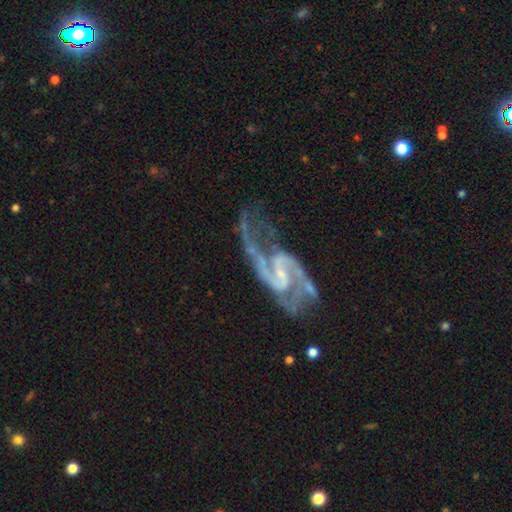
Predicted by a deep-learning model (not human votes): The model was most divided on "spiral winding": medium: 51%, loose: 36%, tight: 13%. Remaining: spiral arms — yes (98%); edge-on disk — no (97%); smooth or featured — featured or disk (92%); spiral arm count — 2 (90%); bulge size — small (64%); bar — weak (51%); merging — none (49%).